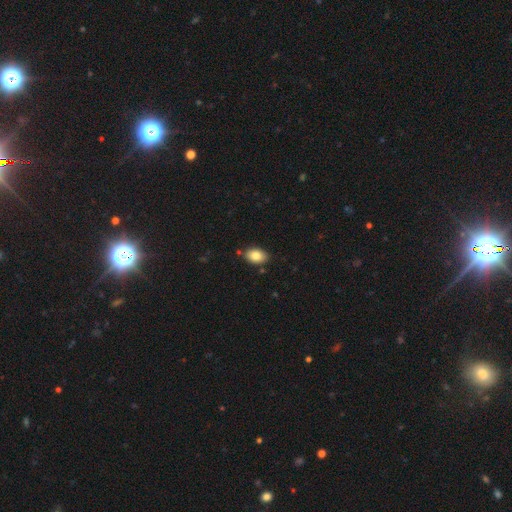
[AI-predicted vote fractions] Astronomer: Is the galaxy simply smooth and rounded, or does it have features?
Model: smooth — 84%.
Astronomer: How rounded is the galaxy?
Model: in between — 86%.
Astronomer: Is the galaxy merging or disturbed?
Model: none — 82%.